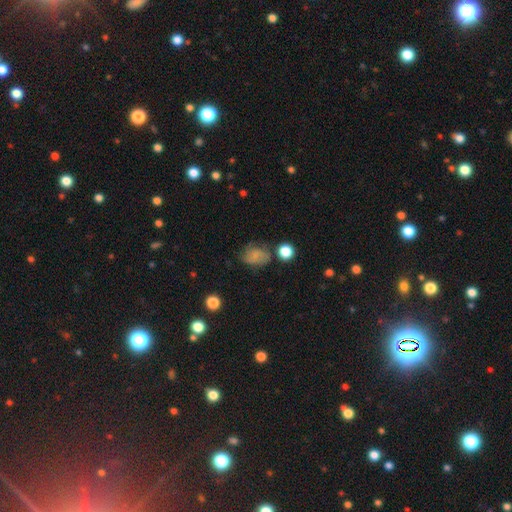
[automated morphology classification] Smooth or featured?
  - smooth: 69% *
  - featured or disk: 18%
  - star or artifact: 13%
How rounded?
  - in between: 57% *
  - round: 41%
  - cigar-shaped: 1%
Merging?
  - none: 53% *
  - minor disturbance: 29%
  - major disturbance: 14%
  - merger: 5%